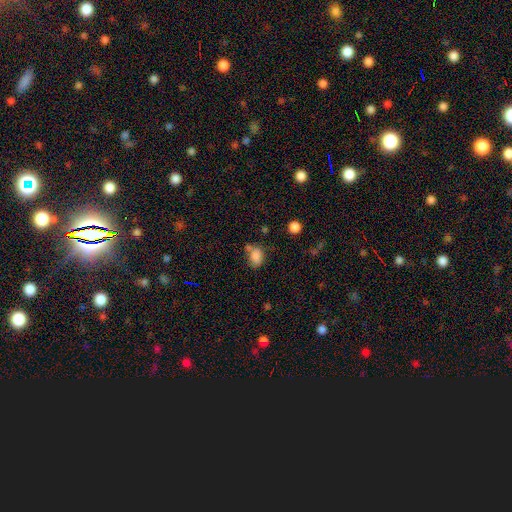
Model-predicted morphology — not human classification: The model was most divided on "merging": none: 50%, minor disturbance: 21%, merger: 20%, major disturbance: 8%. More confident: smooth or featured — smooth (82%); how rounded — in between (78%).